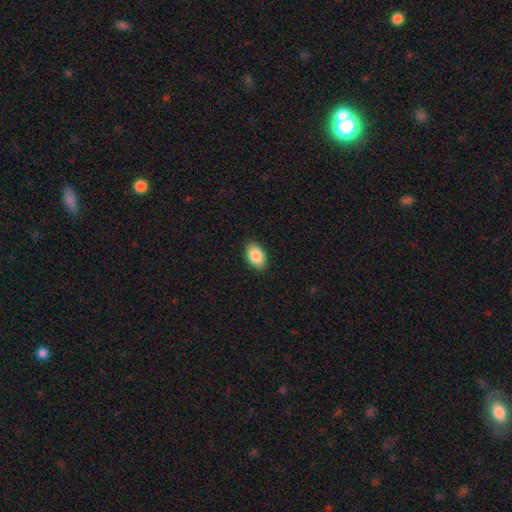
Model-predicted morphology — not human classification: Overall: smooth (88%). How rounded: in between (92%). Merging: none (88%).